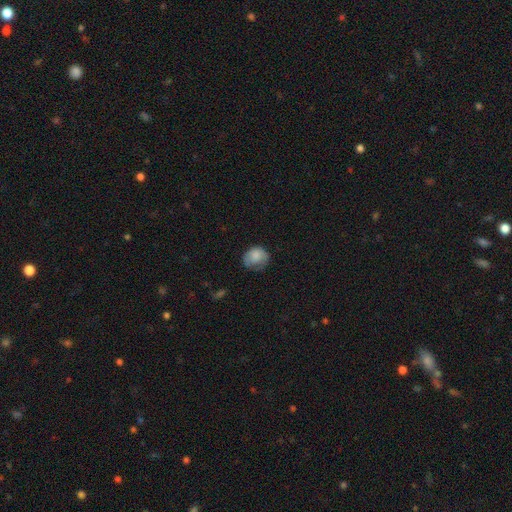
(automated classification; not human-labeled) A smooth galaxy with no disk features (74%) that is round (70%). Merging: none (49%).